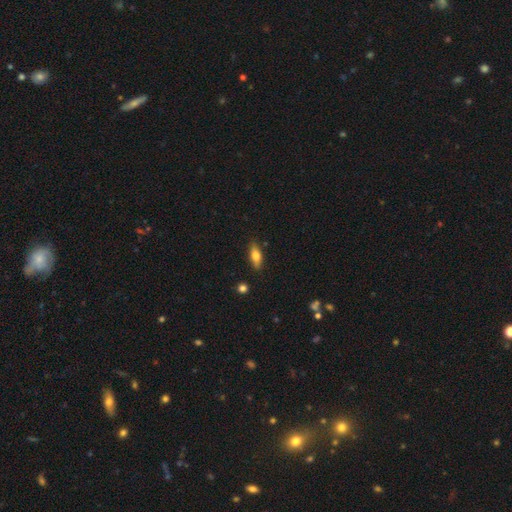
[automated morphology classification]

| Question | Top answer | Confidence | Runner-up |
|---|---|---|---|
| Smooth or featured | smooth | 70% | featured or disk (23%) |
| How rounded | in between | 67% | cigar-shaped (29%) |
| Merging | none | 84% | minor disturbance (12%) |